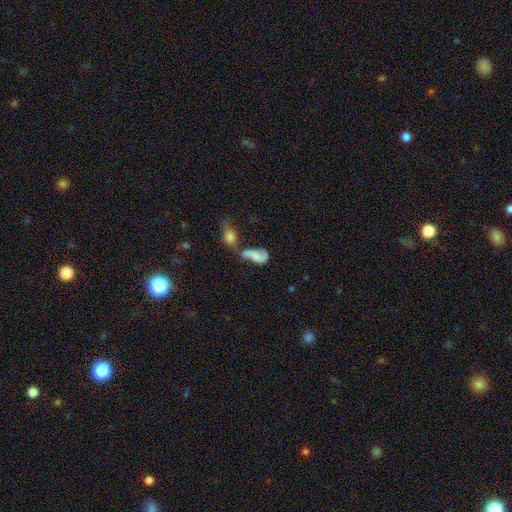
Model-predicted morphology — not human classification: smooth_or_featured: featured or disk (p=0.48) [alt: smooth p=0.42]
merging: merger (p=0.57) [alt: none p=0.17]